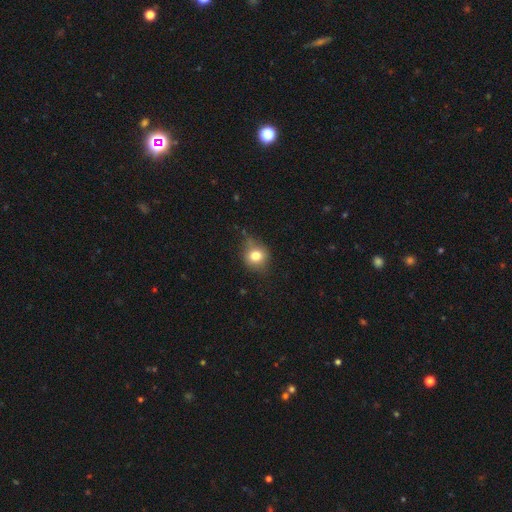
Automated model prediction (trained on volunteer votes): smooth-or-featured: smooth: 77% | featured or disk: 12% | star or artifact: 11%
  how-rounded: round: 75% | in between: 24% | cigar-shaped: 1%
  merging: none: 65% | minor disturbance: 27% | major disturbance: 7% | merger: 2%